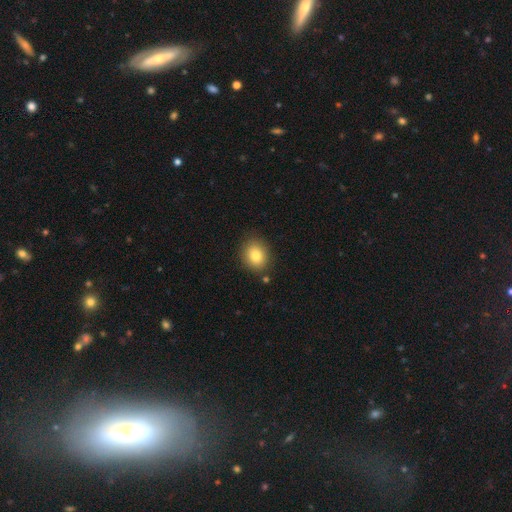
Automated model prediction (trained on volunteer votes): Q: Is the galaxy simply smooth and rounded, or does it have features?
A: smooth — 82%.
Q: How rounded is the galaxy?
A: round — 60%.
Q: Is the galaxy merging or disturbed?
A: none — 84%.